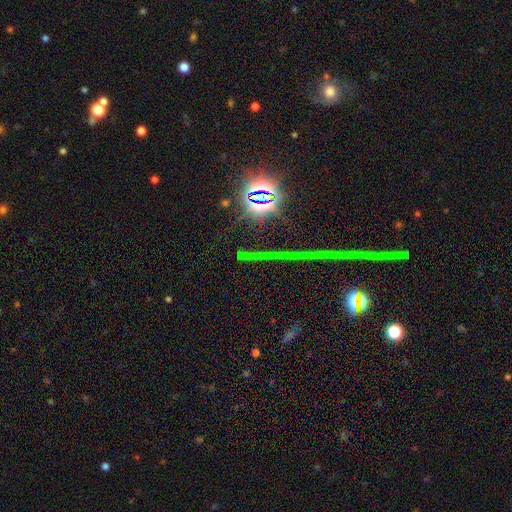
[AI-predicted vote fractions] Smooth or featured? Predicted: star or artifact (p=0.77).